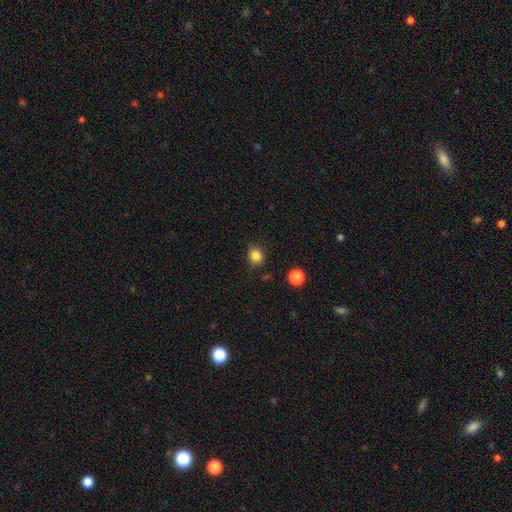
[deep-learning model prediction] A smooth galaxy with no disk features (84%) that is round (75%).

Vote fractions:
- Smooth or featured? smooth: 84% / star or artifact: 12% / featured or disk: 4%
- How rounded? round: 75% / in between: 24% / cigar-shaped: 1%
- Merging? none: 83% / minor disturbance: 11% / major disturbance: 3% / merger: 2%